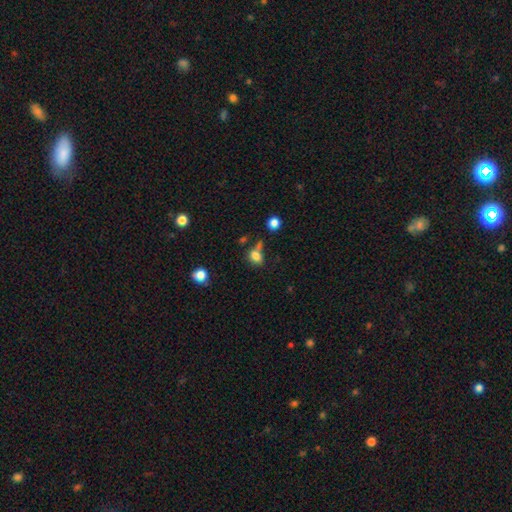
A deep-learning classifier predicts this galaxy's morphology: Smooth or featured: smooth — 79% (star or artifact — 13%)
How rounded: in between — 61% (round — 36%)
Merging: none — 49% (minor disturbance — 21%)